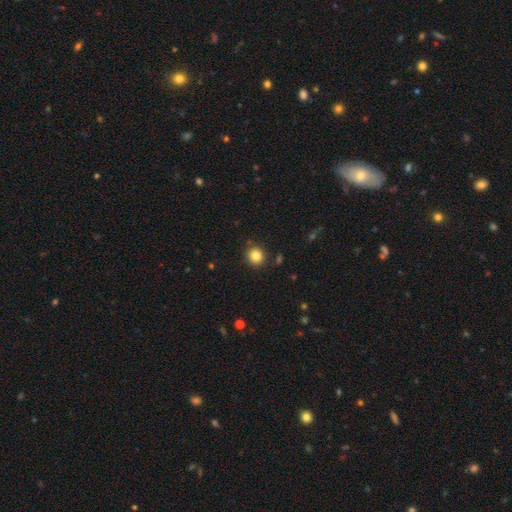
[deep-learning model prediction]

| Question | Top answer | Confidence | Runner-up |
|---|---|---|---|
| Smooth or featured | smooth | 84% | star or artifact (11%) |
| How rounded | round | 89% | in between (10%) |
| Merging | none | 89% | minor disturbance (7%) |